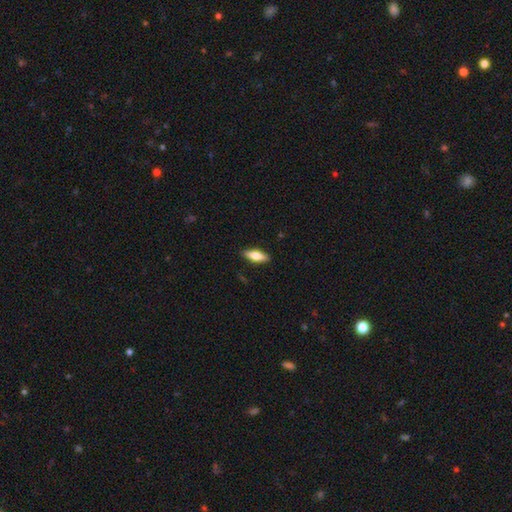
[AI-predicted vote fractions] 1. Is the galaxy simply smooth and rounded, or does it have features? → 66% smooth, 29% featured or disk, 6% star or artifact.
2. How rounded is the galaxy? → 62% in between, 35% cigar-shaped, 3% round.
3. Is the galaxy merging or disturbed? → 89% none, 8% minor disturbance, 2% major disturbance, 1% merger.